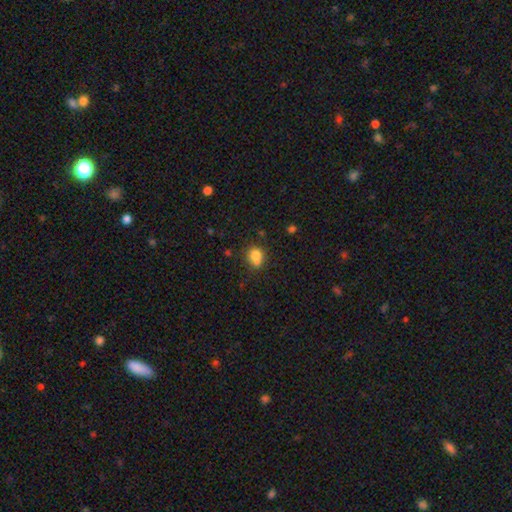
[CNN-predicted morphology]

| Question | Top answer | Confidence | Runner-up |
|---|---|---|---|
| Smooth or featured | smooth | 78% | star or artifact (11%) |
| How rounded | round | 70% | in between (29%) |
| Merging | none | 49% | merger (26%) |